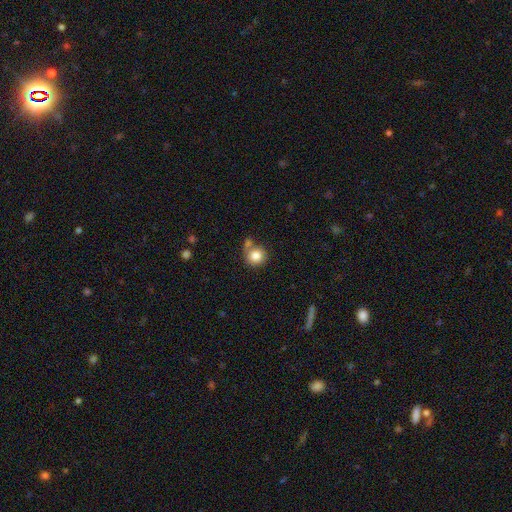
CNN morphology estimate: Smooth or featured: smooth — 83% (star or artifact — 9%)
How rounded: round — 90% (in between — 9%)
Merging: none — 59% (merger — 23%)